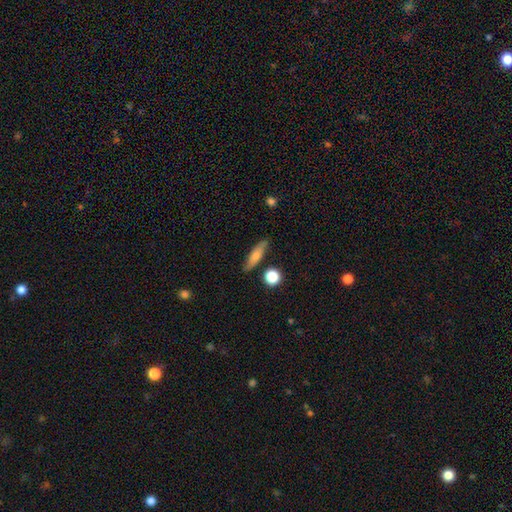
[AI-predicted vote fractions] A smooth galaxy with no disk features (68%) that is cigar-shaped (65%). Merging: none (80%).